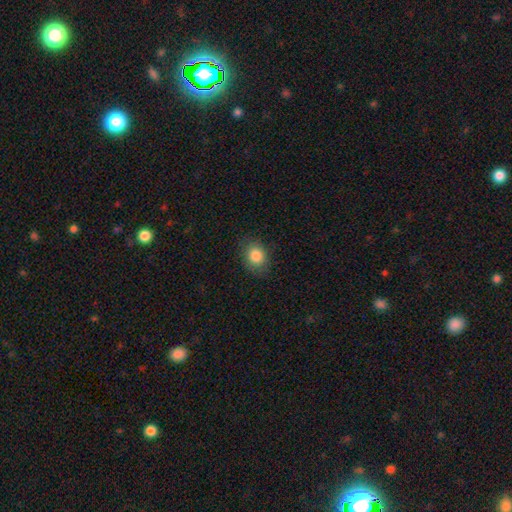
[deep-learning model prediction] Smooth or featured? smooth (84%)
How rounded? in between (54%)
Merging? none (84%)